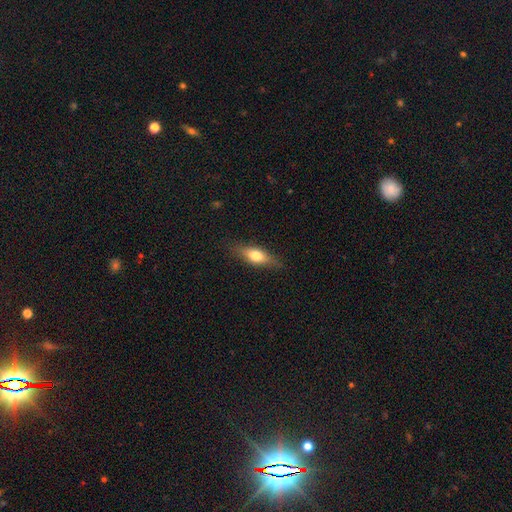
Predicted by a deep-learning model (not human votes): Overall: smooth (60%; featured or disk 33%). How rounded: in between (58%; cigar-shaped 37%). Merging: none (82%).